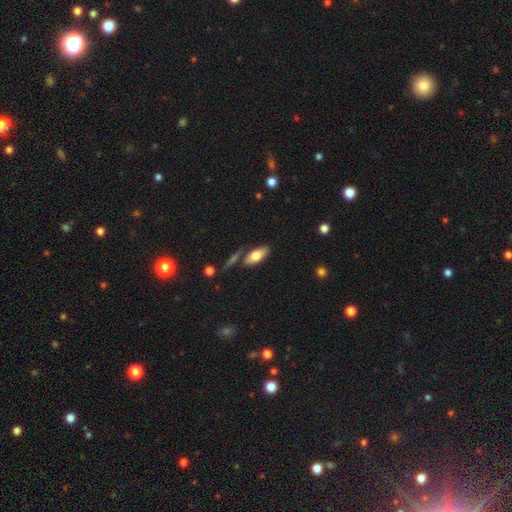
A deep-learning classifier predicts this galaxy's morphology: This appears to be a smooth galaxy with no disk features (71%) that is in between round and cigar-shaped (82%). Merging: none (68%).